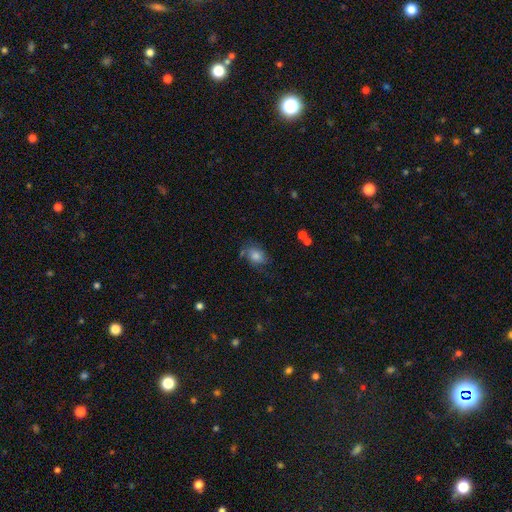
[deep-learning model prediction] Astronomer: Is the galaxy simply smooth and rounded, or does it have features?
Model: smooth — 76%.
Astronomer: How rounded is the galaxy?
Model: in between — 73%.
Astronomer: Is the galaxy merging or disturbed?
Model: none — 61%.